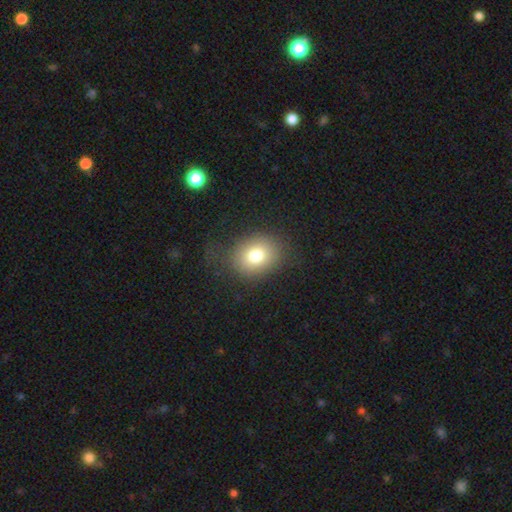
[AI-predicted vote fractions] smooth-or-featured: smooth: 78% | featured or disk: 11% | star or artifact: 11%
  how-rounded: round: 56% | in between: 43% | cigar-shaped: 1%
  merging: none: 76% | minor disturbance: 15% | major disturbance: 9% | merger: 1%